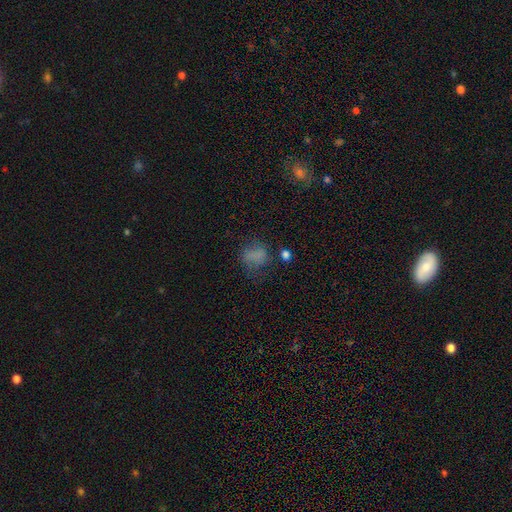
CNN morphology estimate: type=smooth (63%); roundness=round (53%); merging=none (44%).